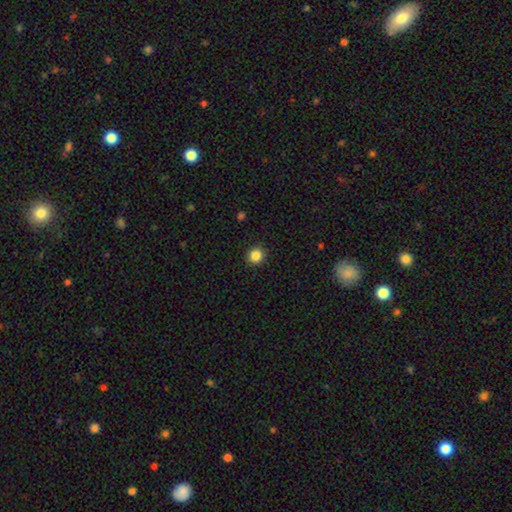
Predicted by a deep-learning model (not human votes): Q: Smooth or featured?
A: smooth (85%); runner-up: star or artifact (11%)
Q: How rounded?
A: round (89%); runner-up: in between (10%)
Q: Merging?
A: none (91%); runner-up: minor disturbance (6%)